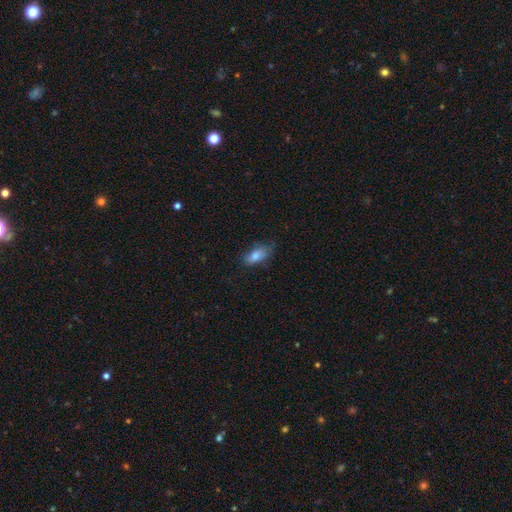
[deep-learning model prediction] A smooth galaxy with no disk features (79%) that is in between round and cigar-shaped (84%).

Vote fractions:
- Smooth or featured? smooth: 79% / featured or disk: 13% / star or artifact: 8%
- How rounded? in between: 84% / cigar-shaped: 12% / round: 4%
- Merging? none: 63% / minor disturbance: 28% / major disturbance: 8% / merger: 2%